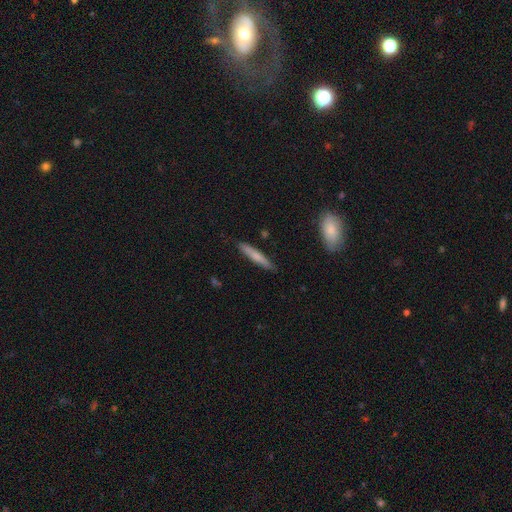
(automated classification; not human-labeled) A smooth galaxy with no disk features (69%) that is cigar-shaped (91%).

Vote fractions:
- Smooth or featured? smooth: 69% / featured or disk: 25% / star or artifact: 6%
- How rounded? cigar-shaped: 91% / in between: 7% / round: 2%
- Merging? none: 87% / minor disturbance: 9% / major disturbance: 2% / merger: 2%